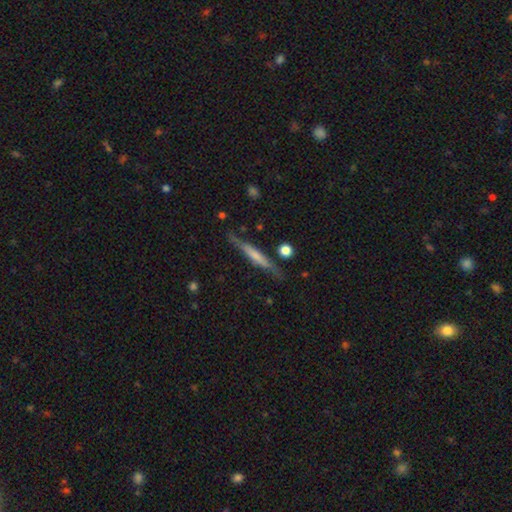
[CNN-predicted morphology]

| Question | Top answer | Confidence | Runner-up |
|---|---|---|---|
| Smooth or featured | featured or disk | 52% | smooth (42%) |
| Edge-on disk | yes | 93% | no (7%) |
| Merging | none | 79% | minor disturbance (15%) |